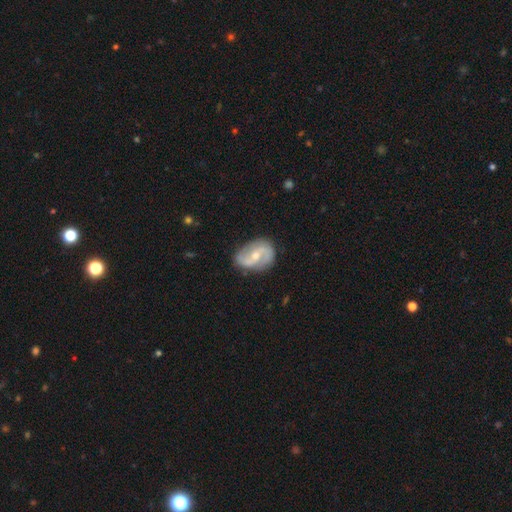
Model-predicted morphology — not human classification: Smooth or featured? Predicted: featured or disk (p=0.82). Edge-on disk? Predicted: no (p=0.97). Bar? Predicted: weak (p=0.47). Spiral arms? Predicted: yes (p=0.94). Spiral winding? Predicted: loose (p=0.42, tied with medium). Spiral arm count? Predicted: 2 (p=0.89). Bulge size? Predicted: moderate (p=0.52). Merging? Predicted: none (p=0.77).